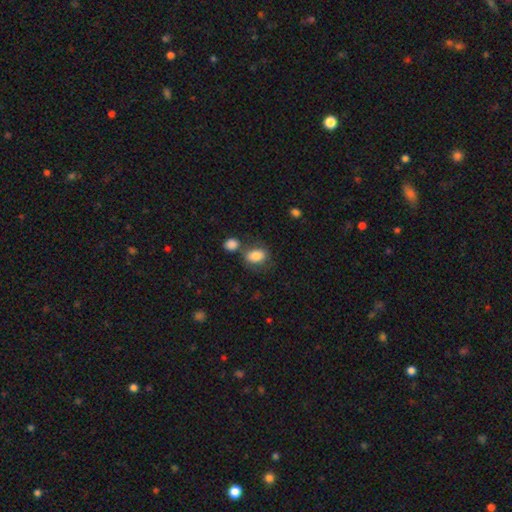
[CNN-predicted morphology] Smooth or featured? Predicted: smooth (p=0.84). How rounded? Predicted: in between (p=0.80). Merging? Predicted: none (p=0.57).